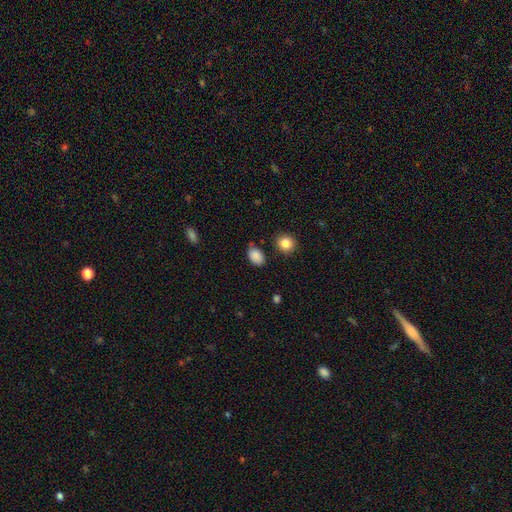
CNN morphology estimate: Smooth or featured?
  - smooth: 86% *
  - star or artifact: 9%
  - featured or disk: 4%
How rounded?
  - in between: 77% *
  - round: 21%
  - cigar-shaped: 1%
Merging?
  - none: 72% *
  - minor disturbance: 20%
  - major disturbance: 4%
  - merger: 4%